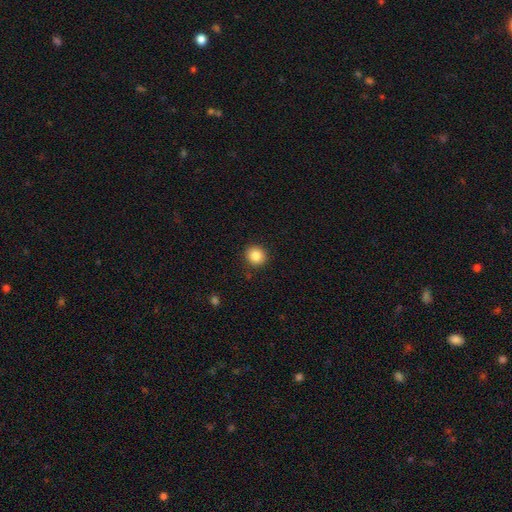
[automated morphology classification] Smooth or featured: smooth — 86% (star or artifact — 10%)
How rounded: round — 89% (in between — 10%)
Merging: none — 91% (minor disturbance — 6%)